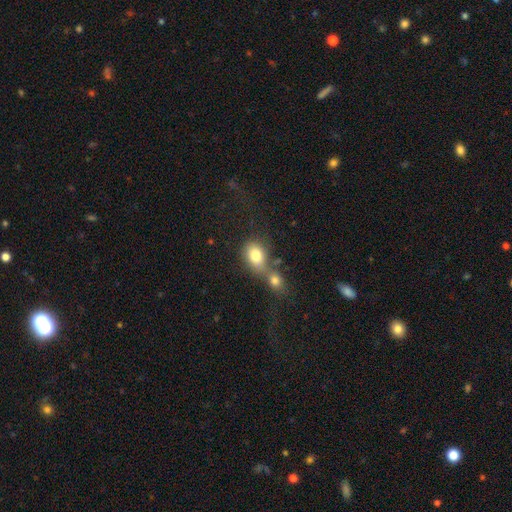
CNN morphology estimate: Overall: smooth (80%). How rounded: in between (62%; round 36%). Merging: merger (54%; none 29%).